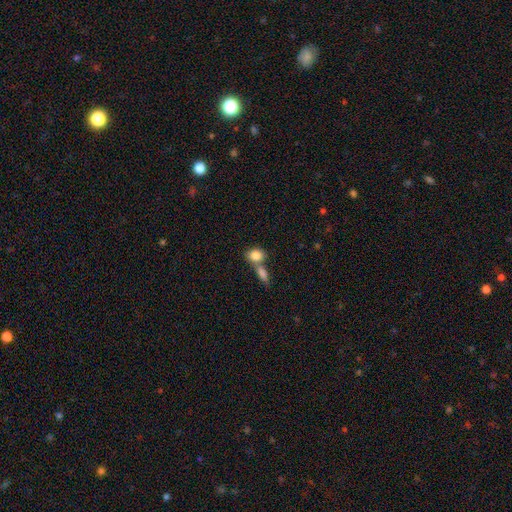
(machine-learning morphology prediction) Overall: smooth (84%). How rounded: in between (71%). Merging: merger (49%; none 38%).